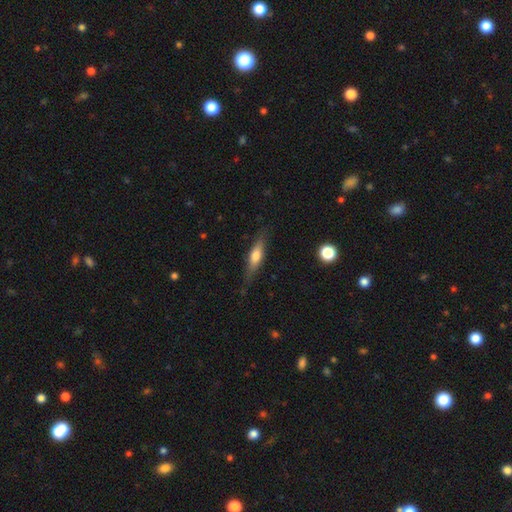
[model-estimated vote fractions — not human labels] smooth_or_featured: smooth (p=0.55) [alt: featured or disk p=0.39]
how_rounded: cigar-shaped (p=0.67) [alt: in between p=0.31]
merging: none (p=0.76) [alt: minor disturbance p=0.18]